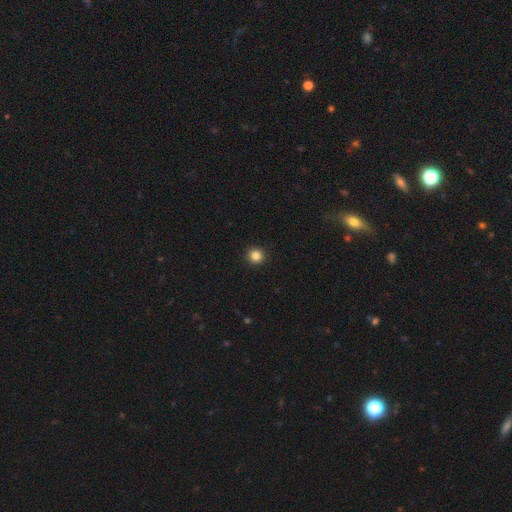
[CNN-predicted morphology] smooth-or-featured: smooth: 85% | star or artifact: 12% | featured or disk: 4%
  how-rounded: round: 95% | in between: 4% | cigar-shaped: 1%
  merging: none: 93% | minor disturbance: 4% | major disturbance: 2% | merger: 1%